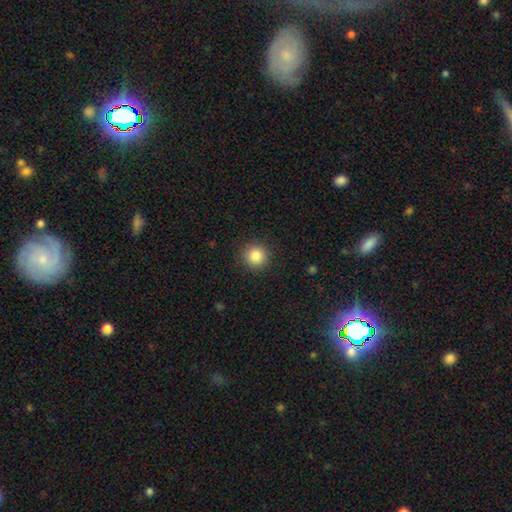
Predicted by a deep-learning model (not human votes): smooth-or-featured: smooth: 85% | star or artifact: 10% | featured or disk: 4%
  how-rounded: round: 94% | in between: 5% | cigar-shaped: 1%
  merging: none: 91% | minor disturbance: 6% | major disturbance: 2% | merger: 1%